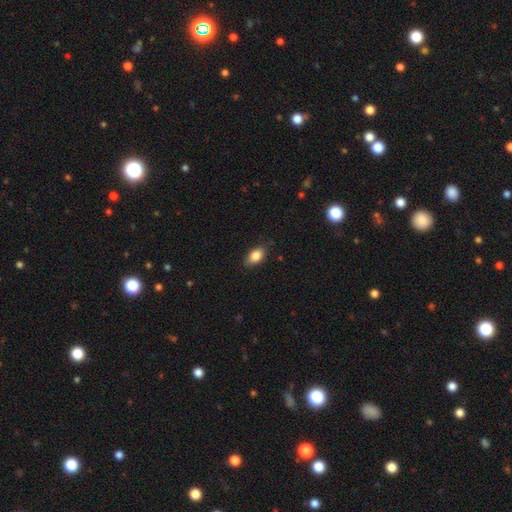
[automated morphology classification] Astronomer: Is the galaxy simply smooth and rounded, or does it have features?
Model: smooth — 85%.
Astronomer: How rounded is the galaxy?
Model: in between — 86%.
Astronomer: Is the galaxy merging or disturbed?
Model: none — 81%.